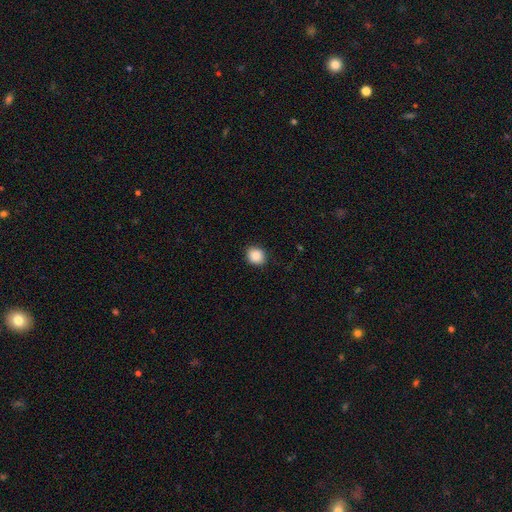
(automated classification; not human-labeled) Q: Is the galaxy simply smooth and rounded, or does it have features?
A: smooth — 88%.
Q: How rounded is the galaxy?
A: round — 77%.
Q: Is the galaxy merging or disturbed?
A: none — 88%.